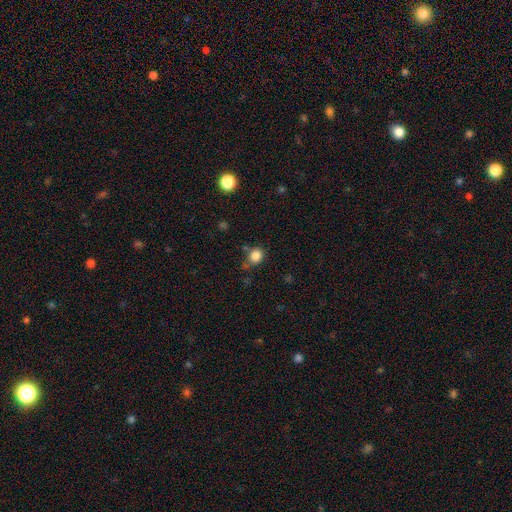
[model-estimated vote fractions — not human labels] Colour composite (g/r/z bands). It shows a smooth galaxy with no disk features (83%) that is round (76%). Merging: none (67%).